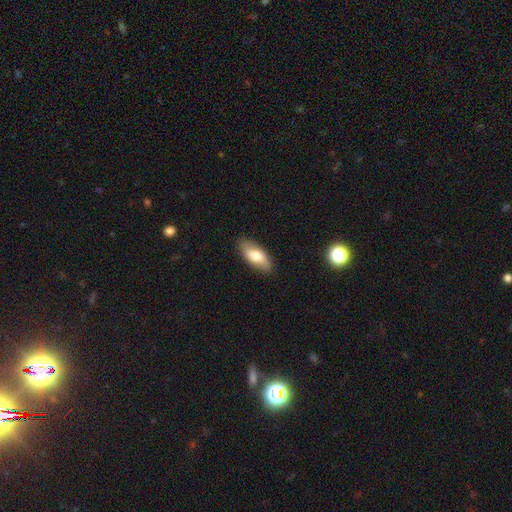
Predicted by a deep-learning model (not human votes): Overall: smooth (67%; featured or disk 27%). How rounded: in between (85%). Merging: none (85%).